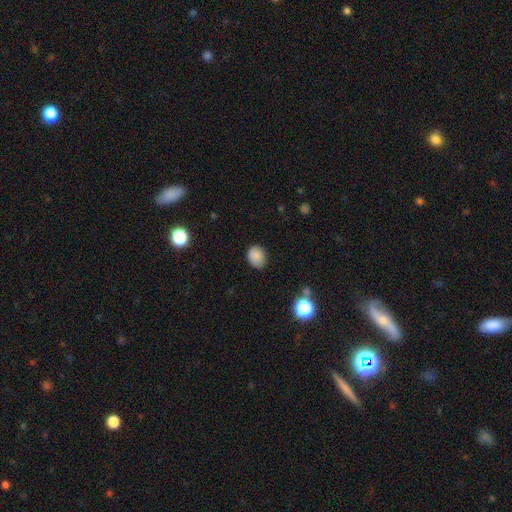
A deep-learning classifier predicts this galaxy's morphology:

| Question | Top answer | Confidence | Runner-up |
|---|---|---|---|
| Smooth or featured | smooth | 84% | star or artifact (11%) |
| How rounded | round | 52% | in between (47%) |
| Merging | none | 81% | minor disturbance (15%) |